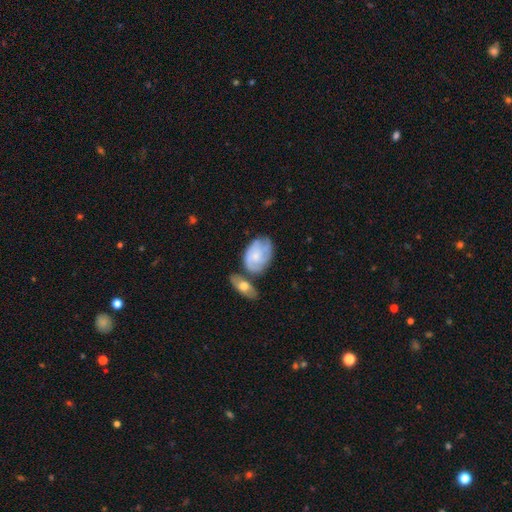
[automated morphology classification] Smooth or featured?
  - featured or disk: 62% *
  - smooth: 32%
  - star or artifact: 6%
Edge-on disk?
  - no: 96% *
  - yes: 4%
Bar?
  - no: 77% *
  - weak: 20%
  - strong: 3%
Spiral arms?
  - yes: 83% *
  - no: 17%
Bulge size?
  - small: 53% *
  - moderate: 29%
  - none: 13%
  - large: 3%
  - dominant: 1%
Merging?
  - none: 48% *
  - minor disturbance: 23%
  - merger: 20%
  - major disturbance: 10%